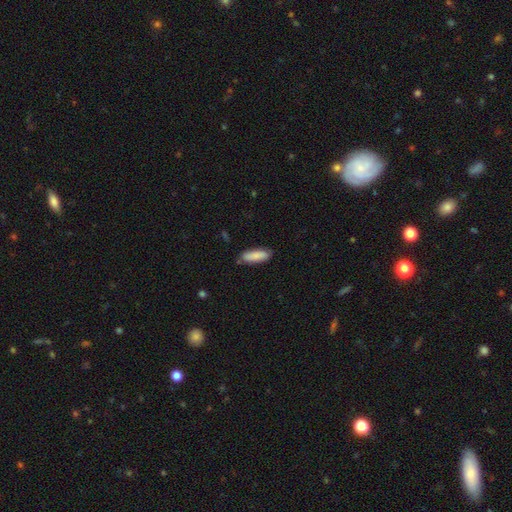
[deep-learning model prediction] A smooth galaxy with no disk features (87%) that is in between round and cigar-shaped (55%).

Vote fractions:
- Smooth or featured? smooth: 87% / featured or disk: 7% / star or artifact: 6%
- How rounded? in between: 55% / cigar-shaped: 43% / round: 1%
- Merging? none: 82% / minor disturbance: 14% / major disturbance: 2% / merger: 2%